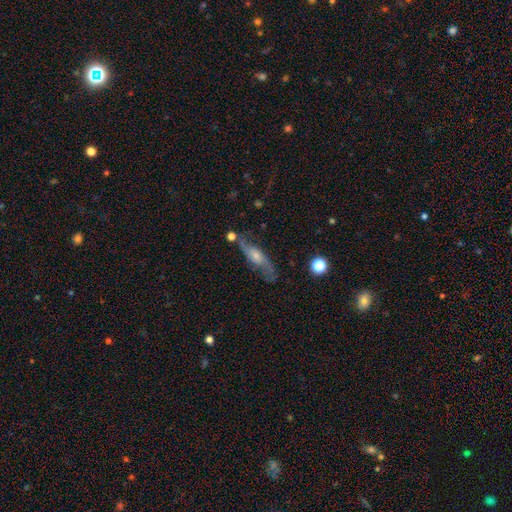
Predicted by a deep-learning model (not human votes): A featured or disk galaxy (70%). Merging: none (68%).